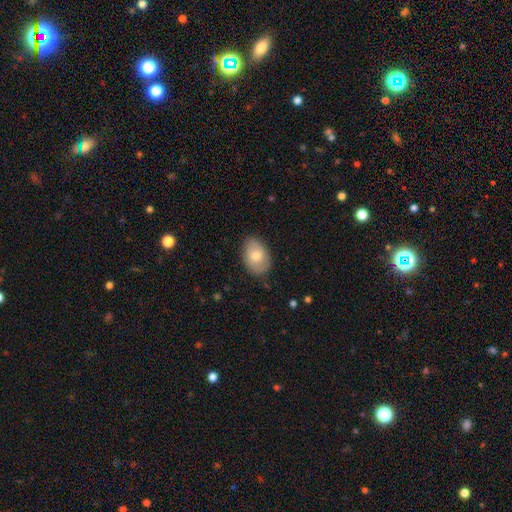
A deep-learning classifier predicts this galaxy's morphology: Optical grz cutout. It shows a smooth galaxy with no disk features (70%) that is in between round and cigar-shaped (84%). Merging: none (80%).